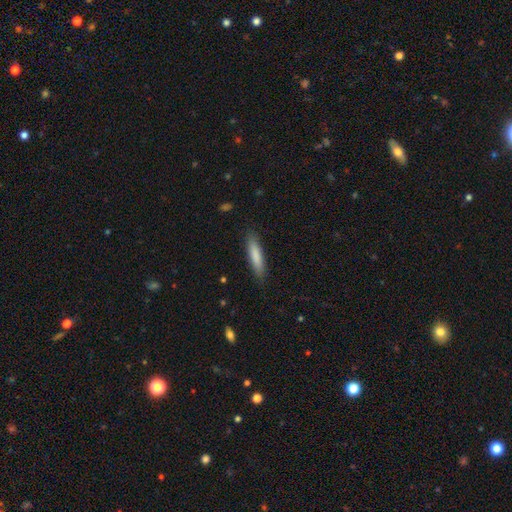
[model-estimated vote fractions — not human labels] Overall: smooth (83%). How rounded: cigar-shaped (82%). Merging: none (88%).